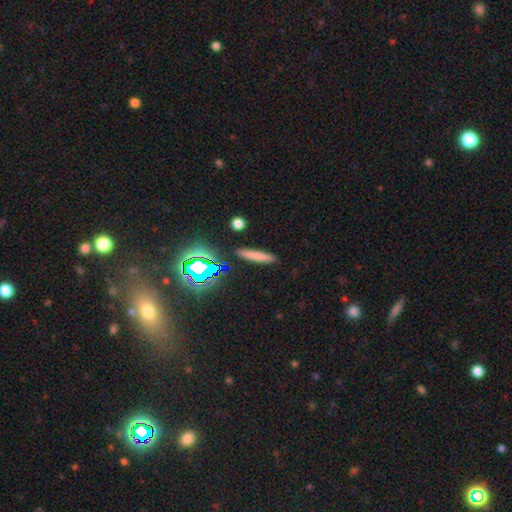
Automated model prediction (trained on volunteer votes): Q: Smooth or featured?
A: smooth (71%); runner-up: star or artifact (15%)
Q: How rounded?
A: cigar-shaped (91%); runner-up: in between (7%)
Q: Merging?
A: none (90%); runner-up: minor disturbance (6%)